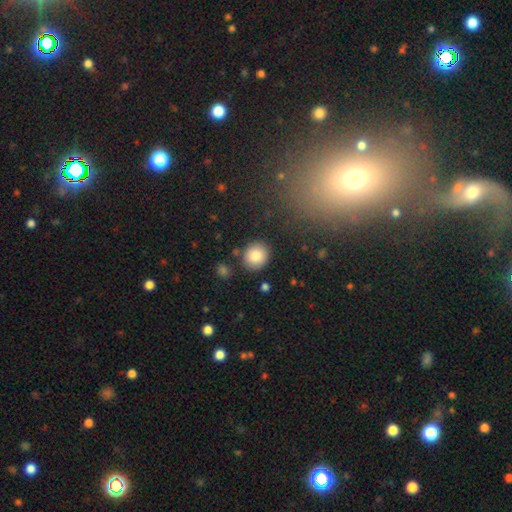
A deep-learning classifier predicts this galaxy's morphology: This appears to be a smooth galaxy with no disk features (86%) that is round (83%). Merging: none (85%).